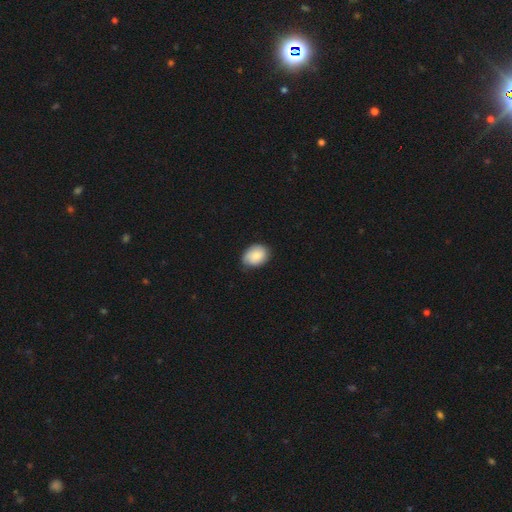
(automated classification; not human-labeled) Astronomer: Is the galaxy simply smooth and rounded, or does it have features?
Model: smooth — 85%.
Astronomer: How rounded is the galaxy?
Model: in between — 66%.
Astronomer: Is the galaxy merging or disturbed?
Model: none — 76%.